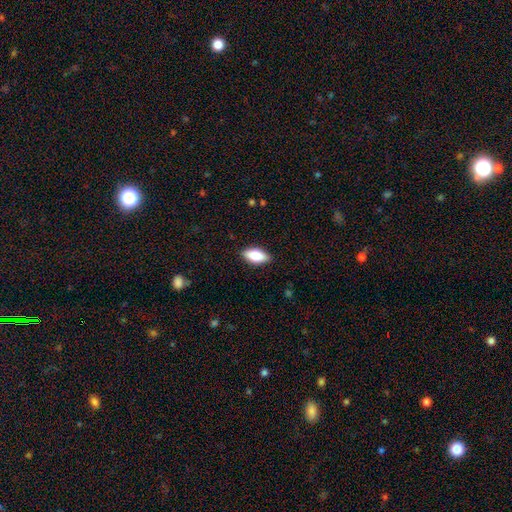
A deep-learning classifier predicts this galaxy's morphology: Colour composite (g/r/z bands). It shows a smooth galaxy with no disk features (80%) that is in between round and cigar-shaped (88%). Merging: none (87%).